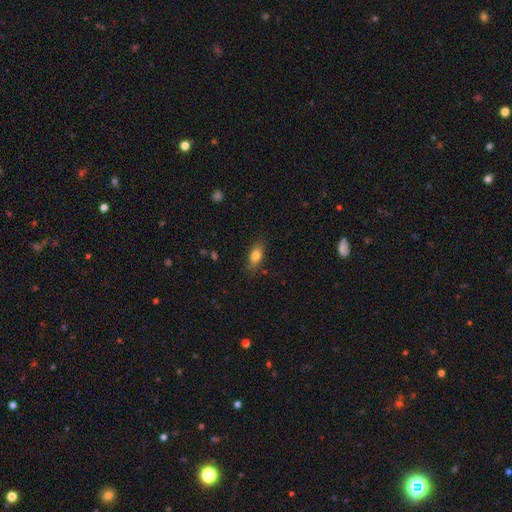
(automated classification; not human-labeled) This appears to be a smooth galaxy with no disk features (78%) that is in between round and cigar-shaped (80%). Merging: none (81%).